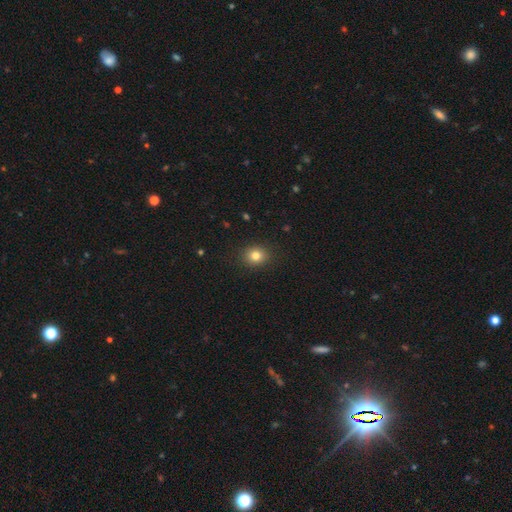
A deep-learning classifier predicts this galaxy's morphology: Smooth or featured? Predicted: smooth (p=0.81). How rounded? Predicted: round (p=0.67). Merging? Predicted: none (p=0.89).